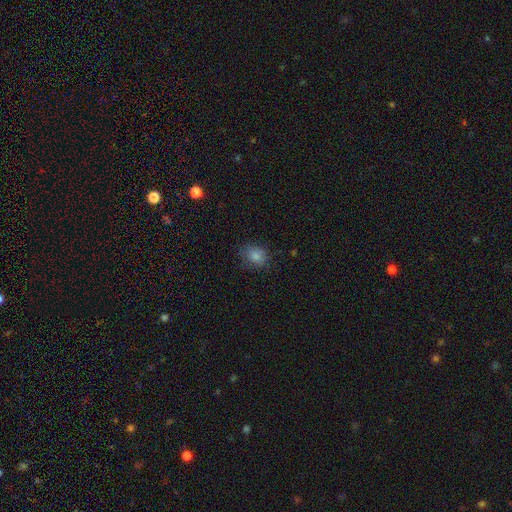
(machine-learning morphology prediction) Q: Smooth or featured?
A: smooth (80%); runner-up: star or artifact (14%)
Q: How rounded?
A: round (58%); runner-up: in between (41%)
Q: Merging?
A: none (80%); runner-up: minor disturbance (16%)